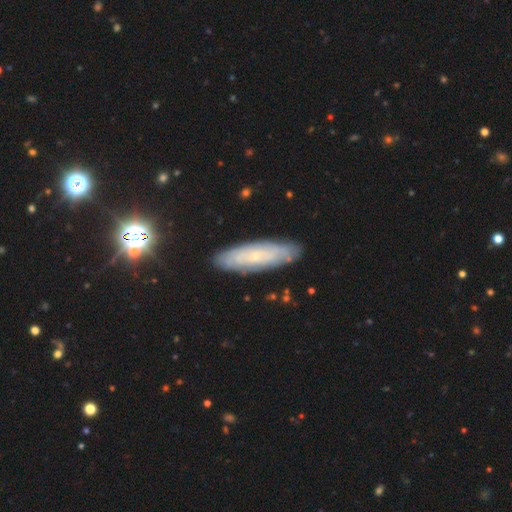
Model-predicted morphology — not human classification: Q: Smooth or featured?
A: featured or disk (58%); runner-up: smooth (34%)
Q: Edge-on disk?
A: no (71%); runner-up: yes (29%)
Q: Merging?
A: none (86%); runner-up: minor disturbance (10%)